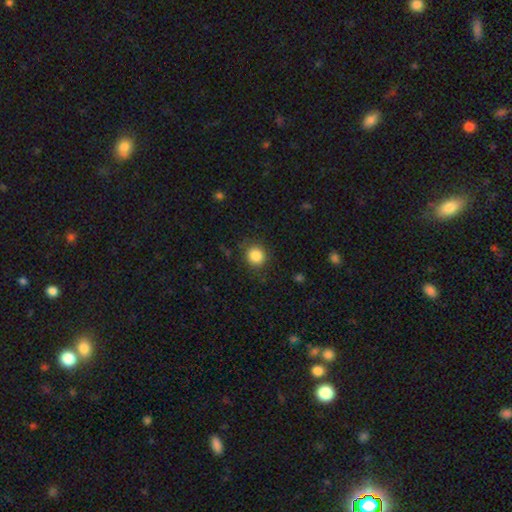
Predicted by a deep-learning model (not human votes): A smooth galaxy with no disk features (85%) that is round (87%). Merging: none (84%).